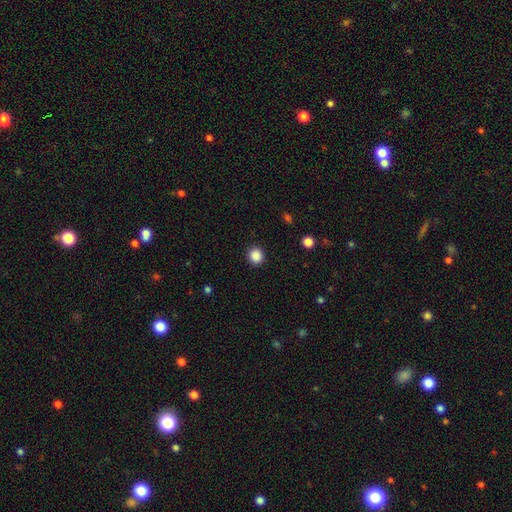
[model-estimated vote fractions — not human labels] This appears to be a smooth galaxy with no disk features (87%) that is round (88%). Merging: none (91%).